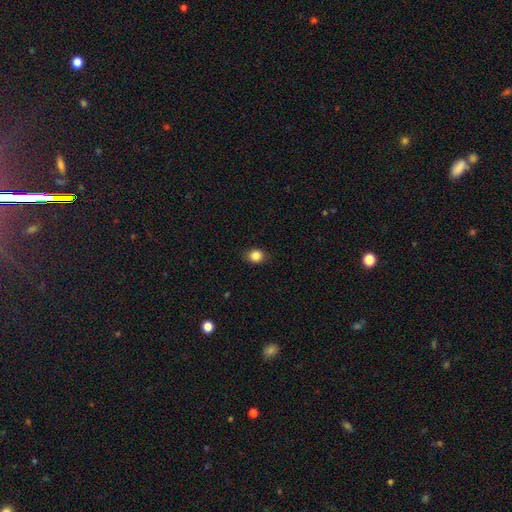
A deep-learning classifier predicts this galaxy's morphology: This is clearly a smooth galaxy (85%). How rounded: likely round (60%). Merging: clearly none (87%).